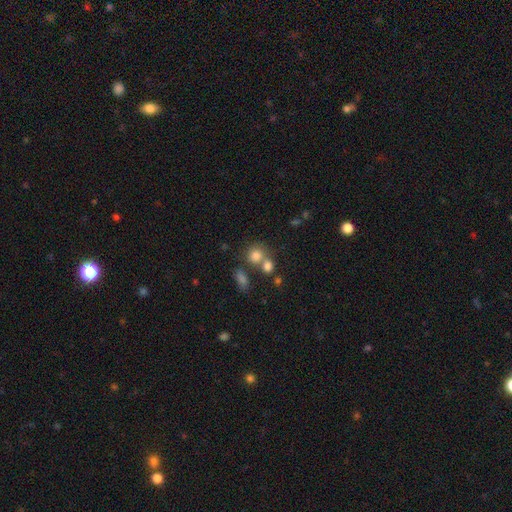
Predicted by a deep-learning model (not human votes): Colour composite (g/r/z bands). It shows a smooth galaxy with no disk features (78%) that is round (78%). Merging: none (47%).